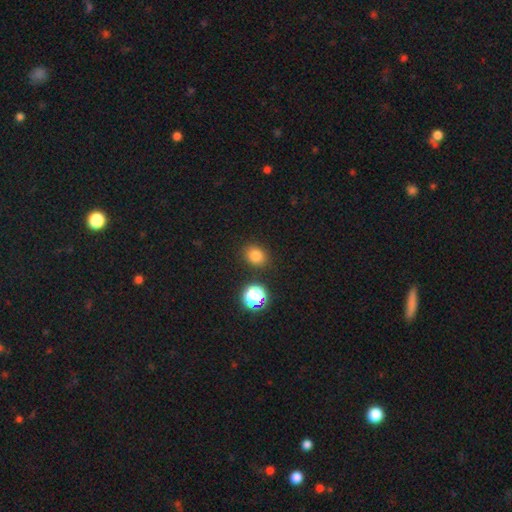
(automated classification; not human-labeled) Overall: smooth (78%). How rounded: round (58%; in between 41%). Merging: none (85%).